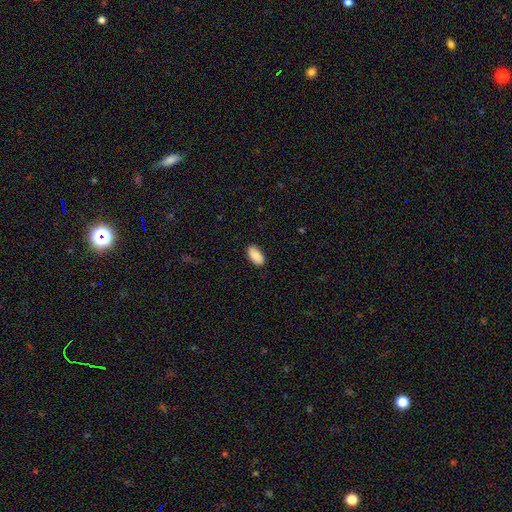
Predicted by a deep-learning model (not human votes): Q: Smooth or featured?
A: smooth (88%); runner-up: star or artifact (6%)
Q: How rounded?
A: in between (93%); runner-up: cigar-shaped (5%)
Q: Merging?
A: none (88%); runner-up: minor disturbance (9%)